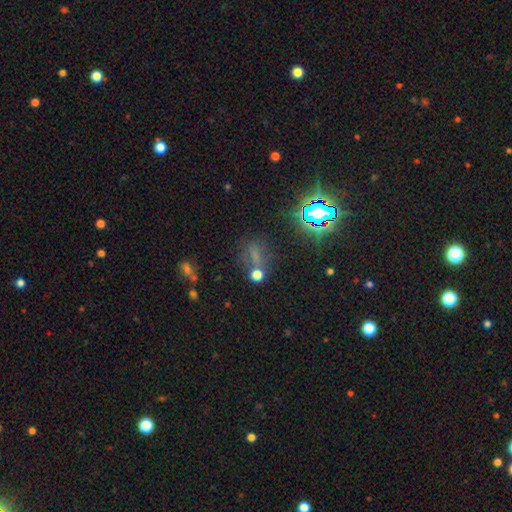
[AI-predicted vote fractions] smooth 44%, star or artifact 43%, featured or disk 13%. Down the decision tree: merging — none (58%).